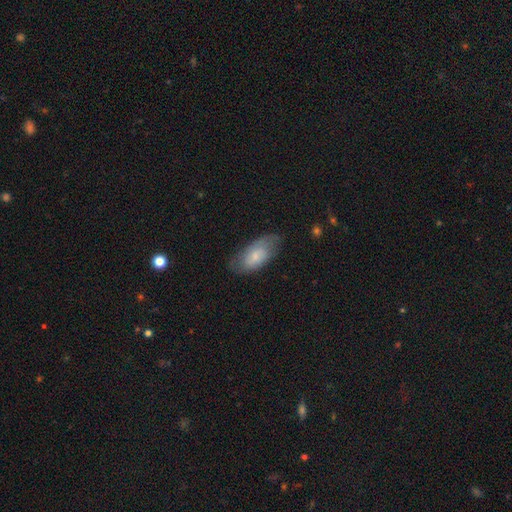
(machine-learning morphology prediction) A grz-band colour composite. It shows a smooth galaxy with no disk features (67%) that is in between round and cigar-shaped (90%). Merging: none (68%).